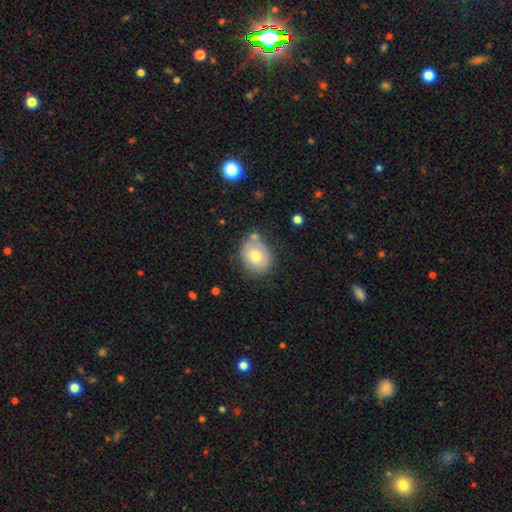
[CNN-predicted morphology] Smooth or featured? Predicted: smooth (p=0.72). How rounded? Predicted: round (p=0.55). Merging? Predicted: none (p=0.65).